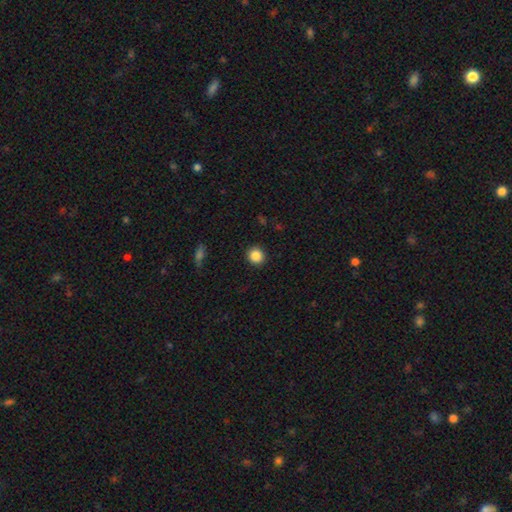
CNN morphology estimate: A smooth galaxy with no disk features (87%) that is round (90%). Merging: none (91%).